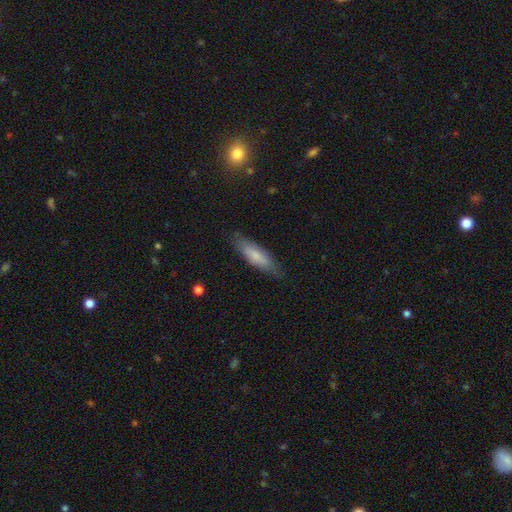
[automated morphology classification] Overall: smooth (74%). How rounded: cigar-shaped (57%; in between 42%). Merging: none (79%).